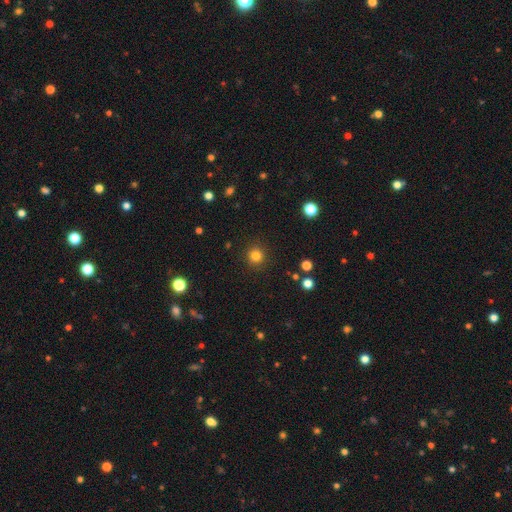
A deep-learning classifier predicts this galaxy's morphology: smooth 82%, star or artifact 13%, featured or disk 5%. Down the decision tree: how rounded — round (94%); merging — none (91%).